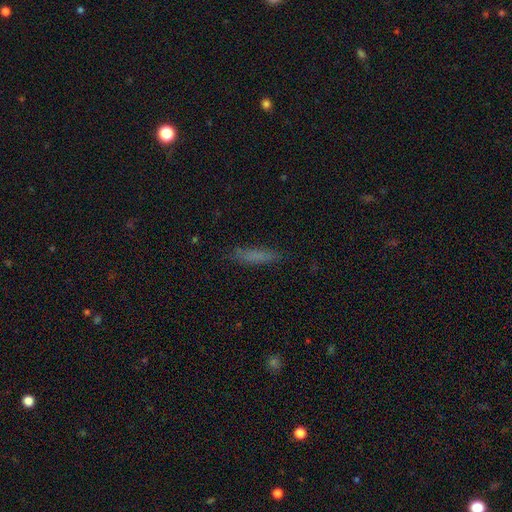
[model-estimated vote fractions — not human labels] The model was most divided on "smooth or featured": smooth: 72%, featured or disk: 17%, star or artifact: 11%. More confident: merging — none (84%); how rounded — cigar-shaped (83%).